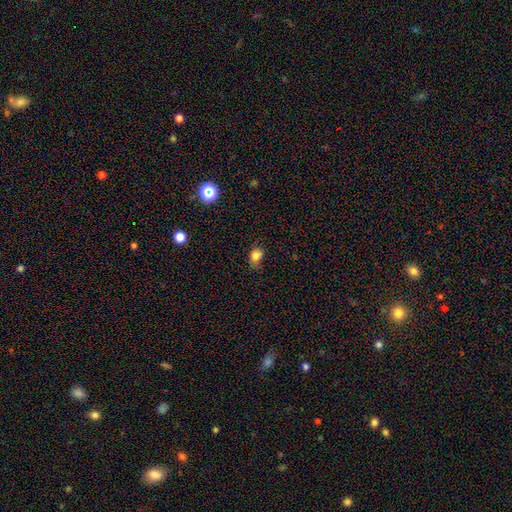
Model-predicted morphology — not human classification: Smooth or featured? Predicted: smooth (p=0.81). How rounded? Predicted: in between (p=0.61). Merging? Predicted: none (p=0.59).